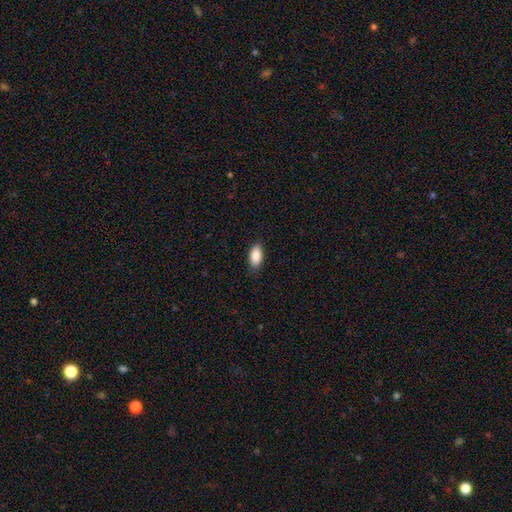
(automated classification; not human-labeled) smooth 89%, star or artifact 7%, featured or disk 4%. Down the decision tree: how rounded — in between (93%); merging — none (86%).